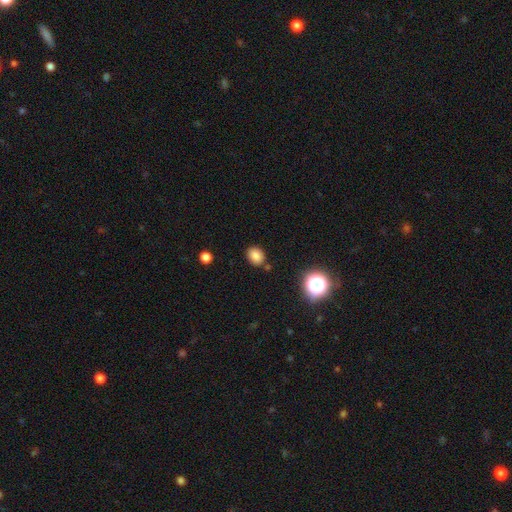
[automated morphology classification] Smooth or featured?
  - smooth: 82% *
  - star or artifact: 13%
  - featured or disk: 5%
How rounded?
  - round: 56% *
  - in between: 43%
  - cigar-shaped: 1%
Merging?
  - none: 84% *
  - minor disturbance: 10%
  - merger: 4%
  - major disturbance: 3%